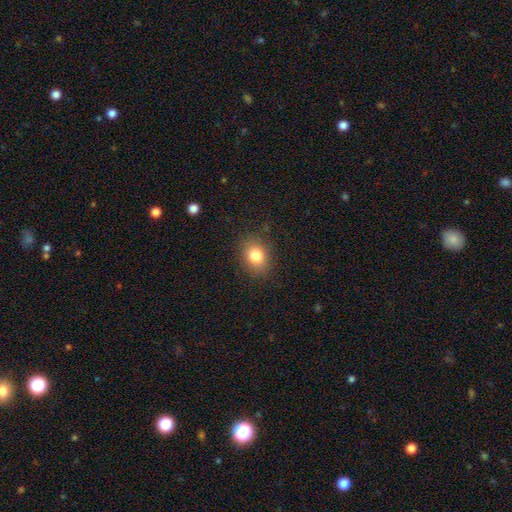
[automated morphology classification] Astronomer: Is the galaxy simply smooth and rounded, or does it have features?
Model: smooth — 81%.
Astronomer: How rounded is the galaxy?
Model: in between — 55% (runner-up: round, 44%).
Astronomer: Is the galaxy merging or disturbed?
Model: none — 85%.